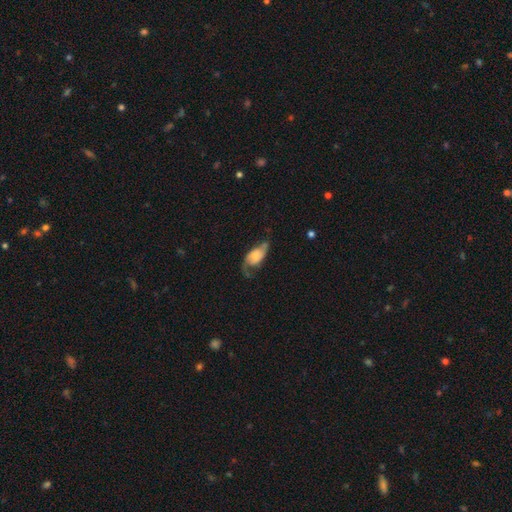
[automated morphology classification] A featured or disk galaxy (62%) with no bar (61%), 2 (83%) loose (56%) spiral arms (88%) and a small central bulge (27%).

Vote fractions:
- Smooth or featured? featured or disk: 62% / smooth: 31% / star or artifact: 7%
- Edge-on disk? no: 93% / yes: 7%
- Bar? no: 61% / weak: 30% / strong: 9%
- Spiral arms? yes: 88% / no: 12%
- Spiral winding? loose: 56% / medium: 32% / tight: 13%
- Spiral arm count? 2: 83% / 1: 8% / can't tell: 6% / 3: 1% / 4: 1% / more than 4: 1%
- Bulge size? small: 27% / none: 24% / moderate: 21% / large: 20% / dominant: 7%
- Merging? none: 49% / minor disturbance: 27% / major disturbance: 21% / merger: 3%